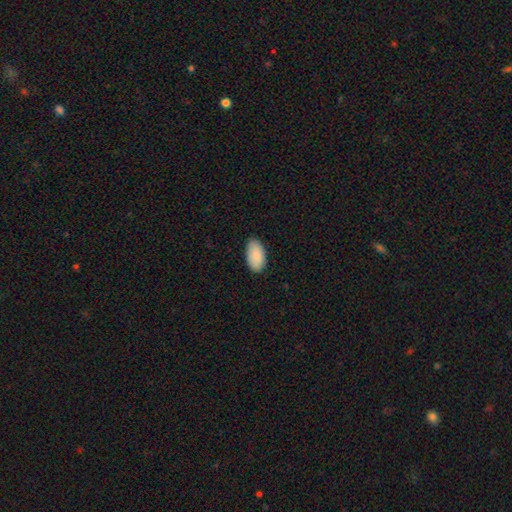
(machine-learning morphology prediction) smooth-or-featured: smooth: 90% | star or artifact: 6% | featured or disk: 4%
  how-rounded: in between: 96% | round: 2% | cigar-shaped: 2%
  merging: none: 87% | minor disturbance: 11% | major disturbance: 2% | merger: 1%